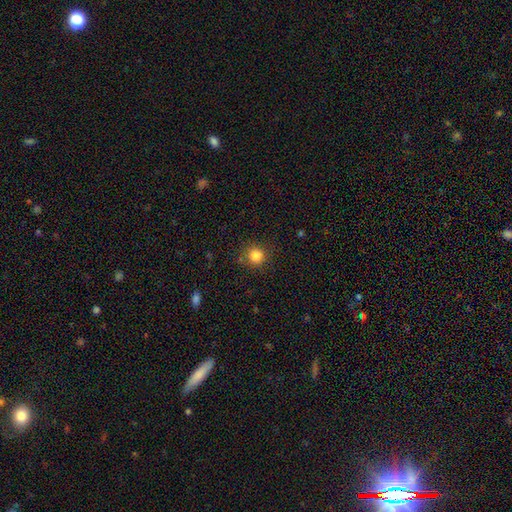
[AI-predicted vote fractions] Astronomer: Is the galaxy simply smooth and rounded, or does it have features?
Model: smooth — 83%.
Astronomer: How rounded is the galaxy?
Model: round — 91%.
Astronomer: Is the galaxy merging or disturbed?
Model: none — 85%.